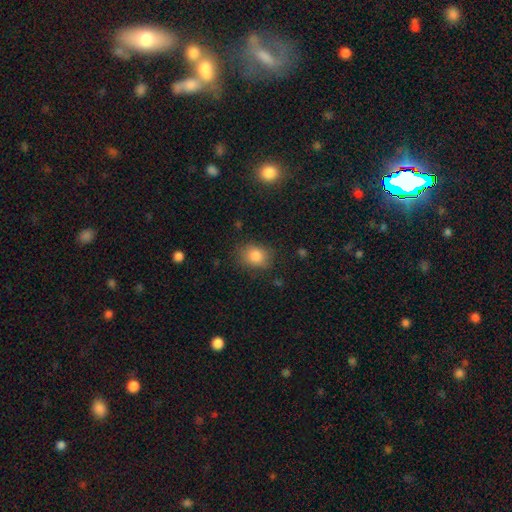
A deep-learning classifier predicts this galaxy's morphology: This is clearly a smooth galaxy (83%). How rounded: possibly in between (55%). Merging: likely none (78%).